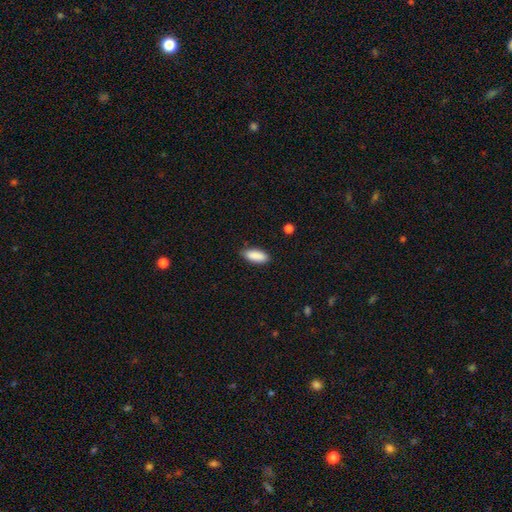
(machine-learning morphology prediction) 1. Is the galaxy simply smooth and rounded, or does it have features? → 90% smooth, 6% star or artifact, 4% featured or disk.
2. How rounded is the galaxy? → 83% in between, 15% cigar-shaped, 2% round.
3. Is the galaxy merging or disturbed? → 84% none, 12% minor disturbance, 2% major disturbance, 1% merger.